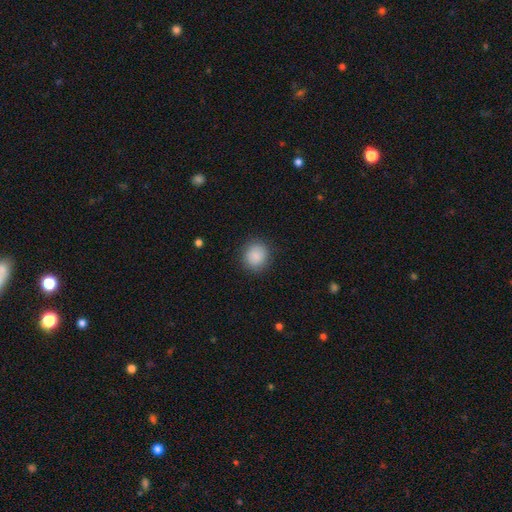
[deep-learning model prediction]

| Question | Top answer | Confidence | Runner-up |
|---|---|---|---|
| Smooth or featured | smooth | 88% | star or artifact (8%) |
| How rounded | round | 86% | in between (13%) |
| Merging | none | 88% | minor disturbance (8%) |